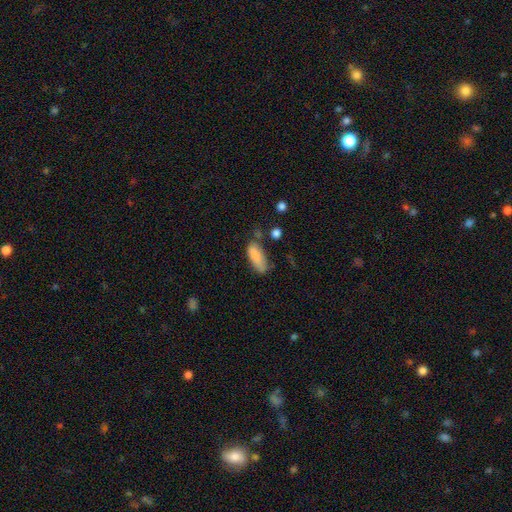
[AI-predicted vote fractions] Smooth or featured: smooth — 82% (featured or disk — 10%)
How rounded: in between — 72% (cigar-shaped — 26%)
Merging: none — 48% (minor disturbance — 32%)